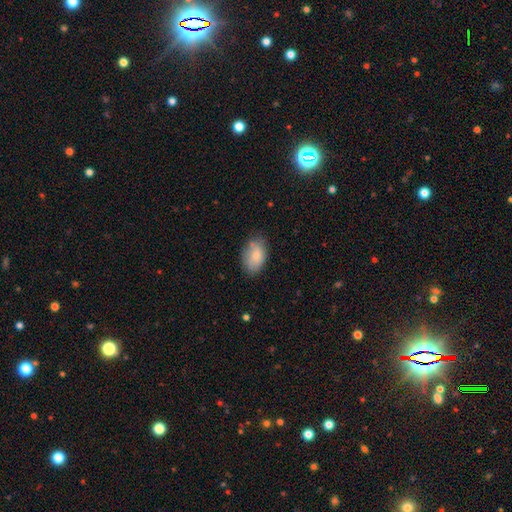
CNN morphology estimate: type=smooth (82%); roundness=in between (90%); merging=none (75%).